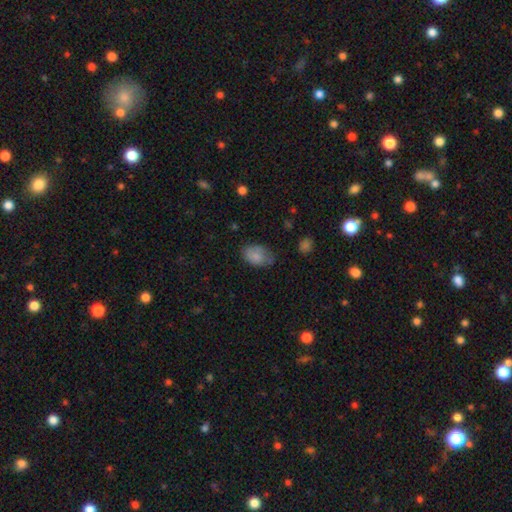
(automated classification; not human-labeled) Smooth or featured? smooth (80%)
How rounded? in between (87%)
Merging? none (56%)